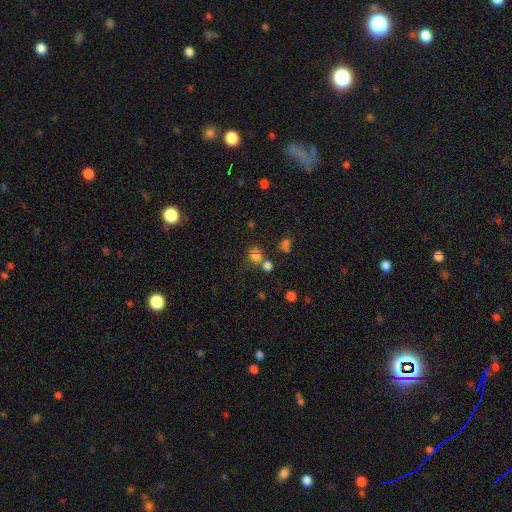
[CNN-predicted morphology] Q: Smooth or featured?
A: smooth (71%); runner-up: star or artifact (21%)
Q: How rounded?
A: round (79%); runner-up: in between (20%)
Q: Merging?
A: none (57%); runner-up: merger (25%)